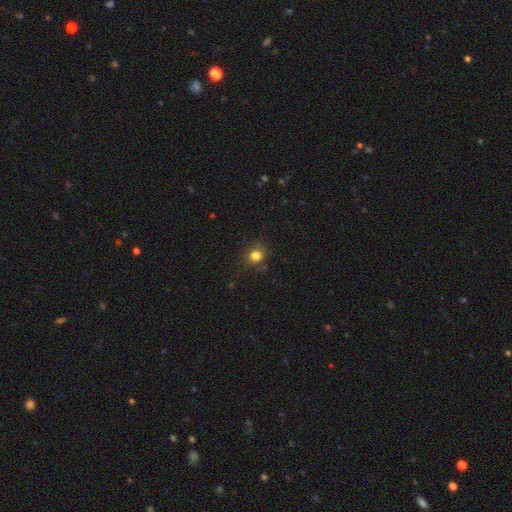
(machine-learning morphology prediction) Smooth or featured? Predicted: smooth (p=0.81). How rounded? Predicted: round (p=0.80). Merging? Predicted: none (p=0.81).